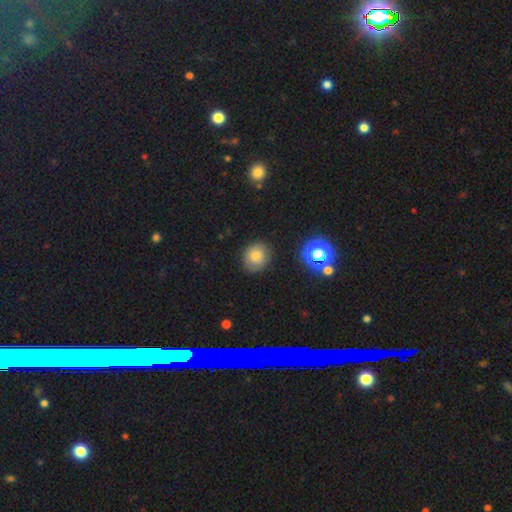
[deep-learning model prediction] smooth-or-featured: smooth: 77% | star or artifact: 13% | featured or disk: 10%
  how-rounded: round: 78% | in between: 21% | cigar-shaped: 1%
  merging: none: 84% | minor disturbance: 11% | major disturbance: 3% | merger: 2%